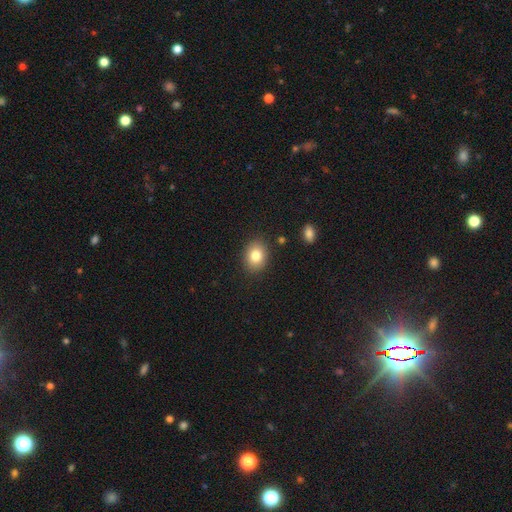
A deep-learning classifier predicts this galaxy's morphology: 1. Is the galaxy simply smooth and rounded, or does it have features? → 82% smooth, 9% star or artifact, 9% featured or disk.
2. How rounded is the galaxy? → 53% in between, 46% round, 1% cigar-shaped.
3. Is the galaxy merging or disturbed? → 87% none, 9% minor disturbance, 2% major disturbance, 2% merger.